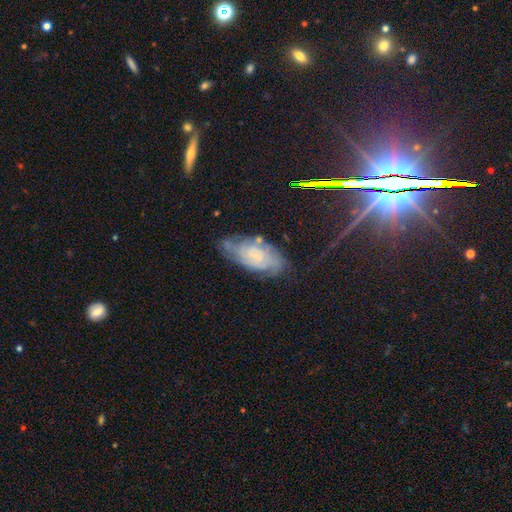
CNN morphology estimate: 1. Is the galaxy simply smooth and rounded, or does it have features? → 64% featured or disk, 24% smooth, 12% star or artifact.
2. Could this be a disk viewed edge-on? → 92% no, 8% yes.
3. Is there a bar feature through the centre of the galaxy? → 72% no, 23% weak, 5% strong.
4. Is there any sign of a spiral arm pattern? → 88% yes, 12% no.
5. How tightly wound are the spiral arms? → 62% tight, 29% medium, 9% loose.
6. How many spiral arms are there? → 50% can't tell, 23% 2, 12% 3, 6% 4, 4% 1, 4% more than 4.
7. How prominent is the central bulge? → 52% small, 28% none, 14% moderate, 4% large, 2% dominant.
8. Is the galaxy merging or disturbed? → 64% none, 25% minor disturbance, 9% major disturbance, 3% merger.